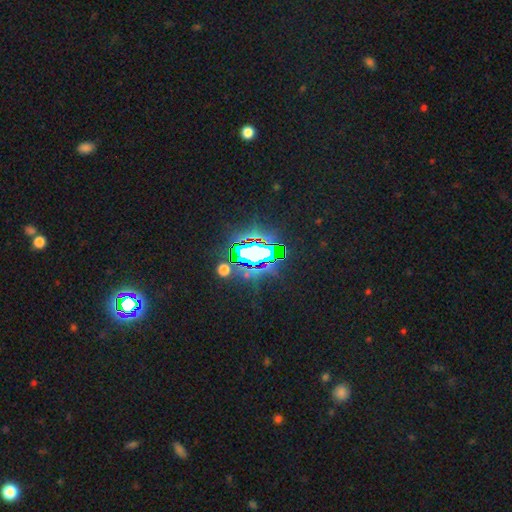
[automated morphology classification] Q: Smooth or featured?
A: star or artifact (74%); runner-up: smooth (15%)